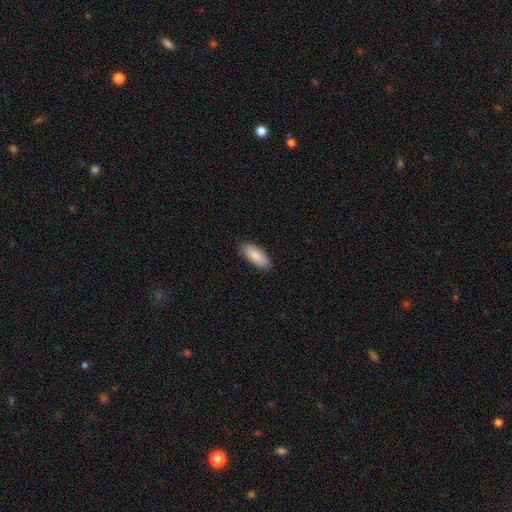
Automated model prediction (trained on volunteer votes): Smooth or featured: smooth — 86% (featured or disk — 9%)
How rounded: in between — 78% (cigar-shaped — 20%)
Merging: none — 86% (minor disturbance — 11%)